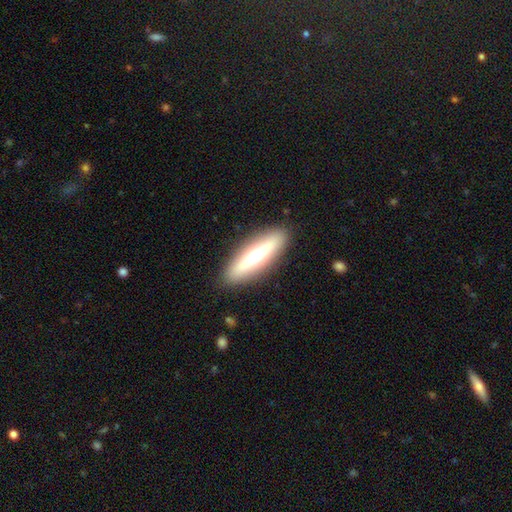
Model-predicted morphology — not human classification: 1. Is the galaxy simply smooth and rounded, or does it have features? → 53% featured or disk, 40% smooth, 7% star or artifact.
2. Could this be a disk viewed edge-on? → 87% yes, 13% no.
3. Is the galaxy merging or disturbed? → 89% none, 7% minor disturbance, 2% major disturbance, 1% merger.